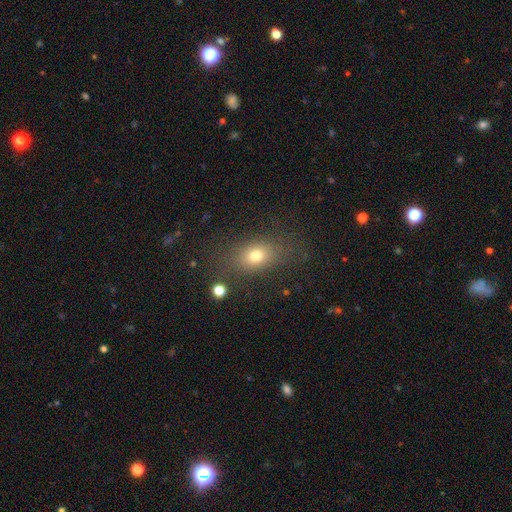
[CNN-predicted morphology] smooth 74%, star or artifact 14%, featured or disk 12%. Down the decision tree: how rounded — in between (71%); merging — none (77%).